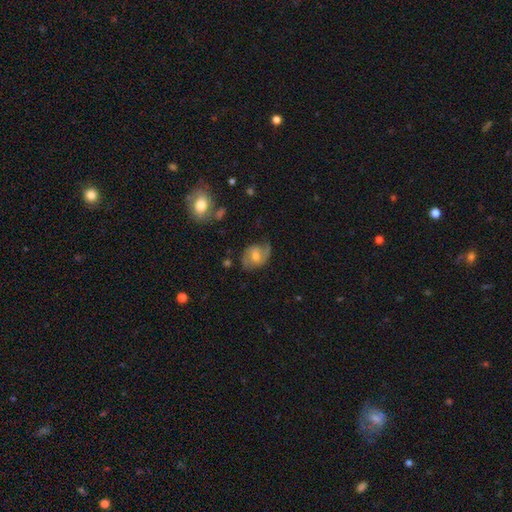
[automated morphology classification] Smooth or featured: featured or disk — 59% (smooth — 34%)
Edge-on disk: no — 96% (yes — 4%)
Bar: weak — 44% (no — 43%)
Spiral arms: yes — 82% (no — 18%)
Bulge size: moderate — 65% (small — 22%)
Merging: none — 59% (minor disturbance — 26%)